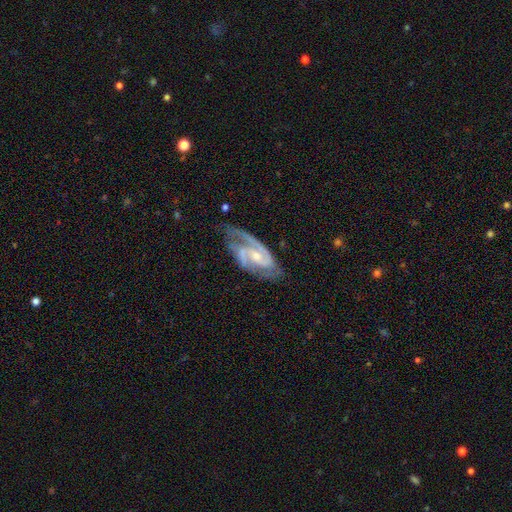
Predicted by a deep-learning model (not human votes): Overall: featured or disk (91%). Edge-on disk: no (97%). Bar: weak (44%; no 39%). Spiral arms: yes (98%). Spiral arm count: 2 (84%). Spiral winding: medium (53%; tight 37%). Bulge size: small (56%; moderate 38%). Merging: none (64%).